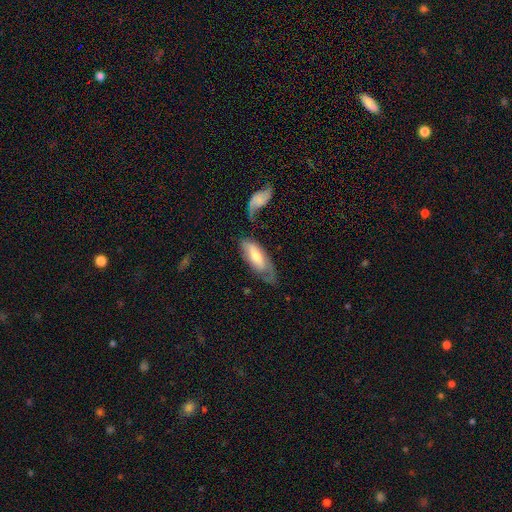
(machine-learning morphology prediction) This appears to be a featured or disk galaxy (51%). Merging: none (47%).